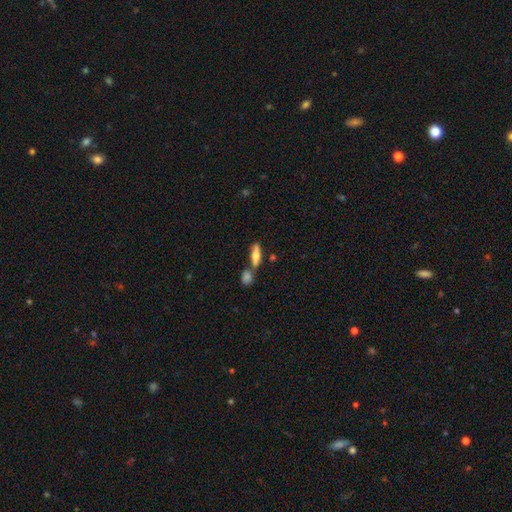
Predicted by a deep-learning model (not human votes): Smooth or featured? smooth (52%)
How rounded? cigar-shaped (55%)
Merging? none (64%)